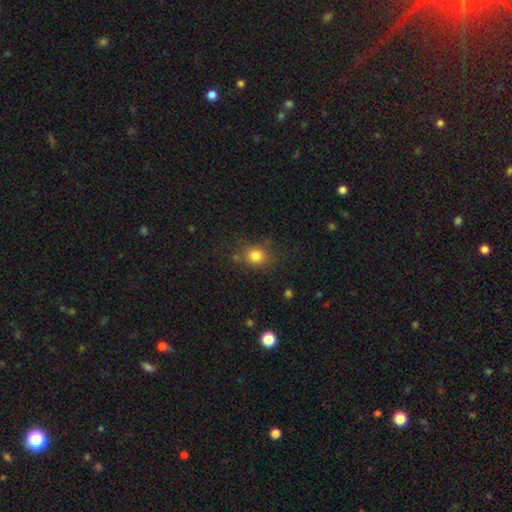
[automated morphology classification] smooth 81%, star or artifact 13%, featured or disk 7%. Down the decision tree: how rounded — round (75%); merging — none (75%).